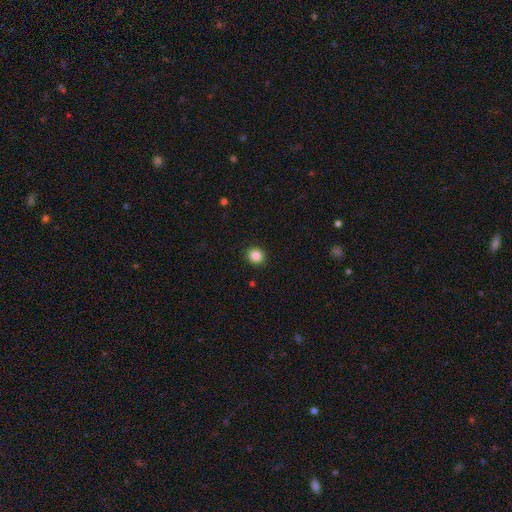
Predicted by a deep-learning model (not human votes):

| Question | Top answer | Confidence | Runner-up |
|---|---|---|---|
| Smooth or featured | smooth | 86% | star or artifact (10%) |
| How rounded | round | 84% | in between (15%) |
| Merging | none | 91% | minor disturbance (6%) |